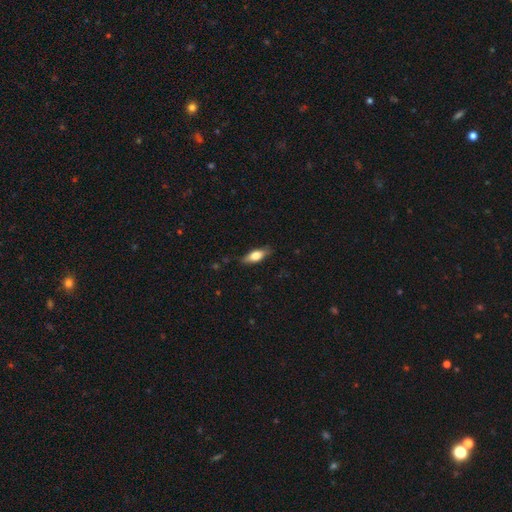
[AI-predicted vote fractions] Smooth or featured: smooth — 64% (featured or disk — 30%)
How rounded: in between — 68% (cigar-shaped — 29%)
Merging: none — 81% (minor disturbance — 15%)